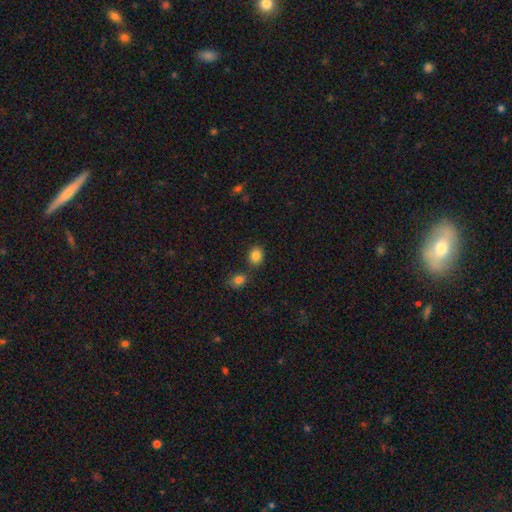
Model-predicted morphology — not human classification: This appears to be a smooth galaxy with no disk features (85%) that is round (52%). Merging: none (75%).